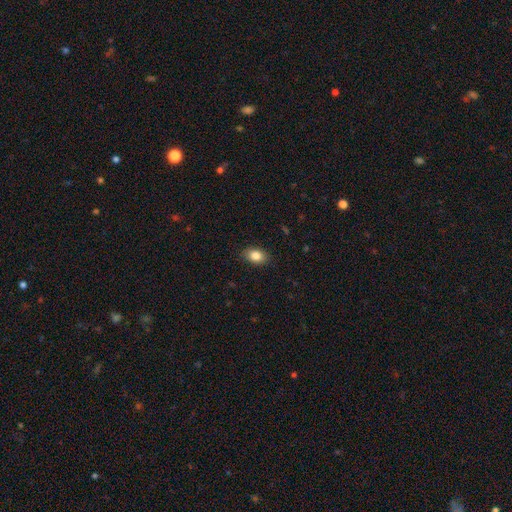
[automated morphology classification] This appears to be a smooth galaxy with no disk features (85%) that is in between round and cigar-shaped (81%). Merging: none (87%).